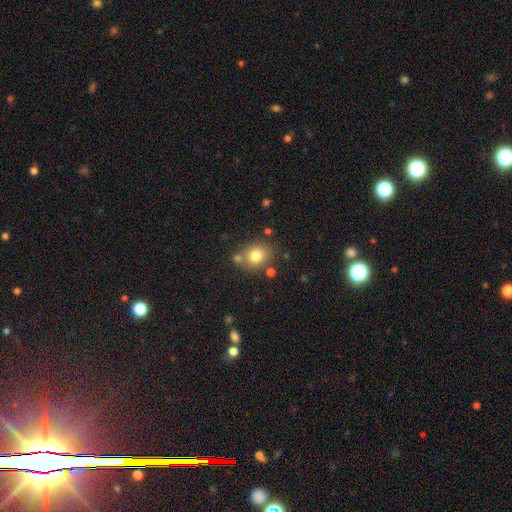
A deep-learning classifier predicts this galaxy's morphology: A smooth galaxy with no disk features (78%) that is round (68%). Merging: none (72%).